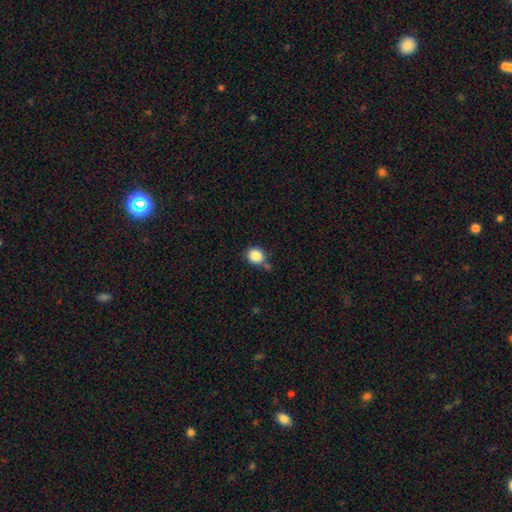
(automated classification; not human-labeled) This is clearly a smooth galaxy (86%). How rounded: likely round (77%). Merging: likely none (66%).